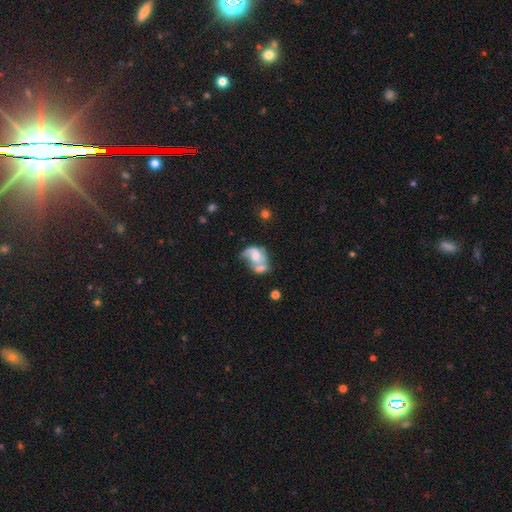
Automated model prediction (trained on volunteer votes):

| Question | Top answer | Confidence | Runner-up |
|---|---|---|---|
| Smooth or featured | featured or disk | 55% | smooth (37%) |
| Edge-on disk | no | 97% | yes (3%) |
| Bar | no | 74% | weak (21%) |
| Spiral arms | yes | 61% | no (39%) |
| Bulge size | moderate | 35% | small (24%) |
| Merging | merger | 49% | major disturbance (20%) |